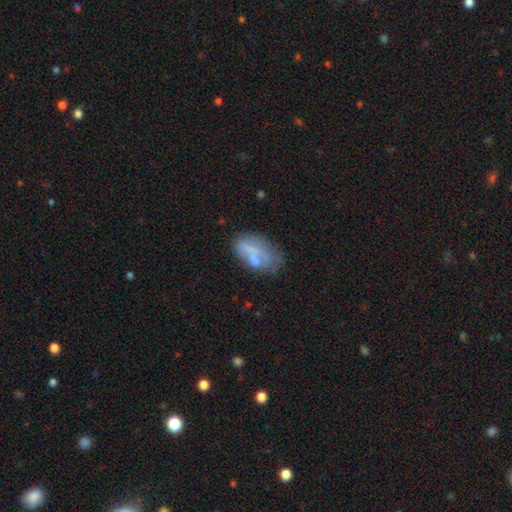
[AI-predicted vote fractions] Morphology: type=smooth (55%); roundness=in between (90%); merging=none (46%).